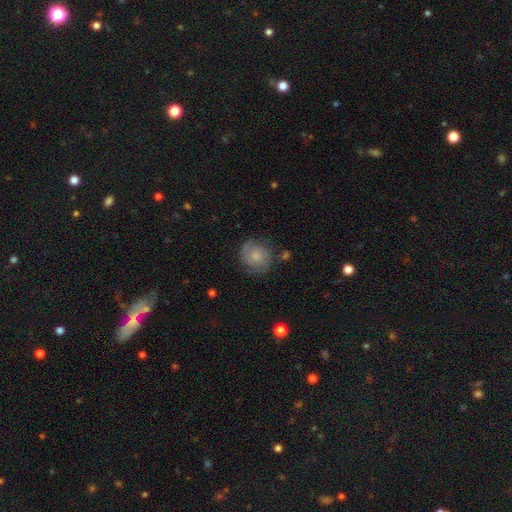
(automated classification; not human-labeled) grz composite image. It shows a smooth galaxy with no disk features (55%) that is round (81%). Merging: none (70%).